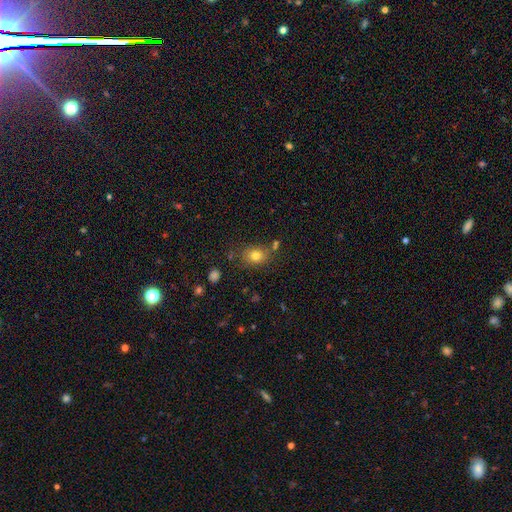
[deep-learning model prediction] Overall: smooth (79%). How rounded: in between (54%; round 45%). Merging: none (74%).